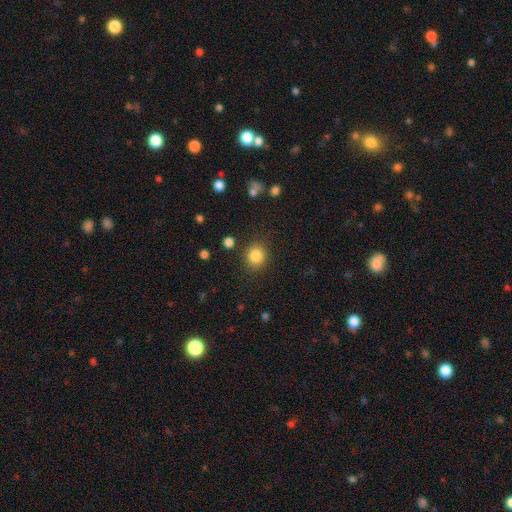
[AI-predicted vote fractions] Smooth or featured: smooth — 85% (star or artifact — 11%)
How rounded: round — 83% (in between — 16%)
Merging: none — 86% (minor disturbance — 8%)